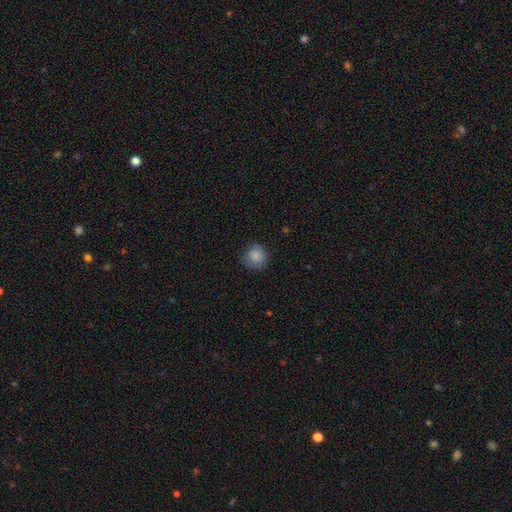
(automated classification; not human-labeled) A smooth galaxy with no disk features (85%) that is round (90%). Merging: none (79%).